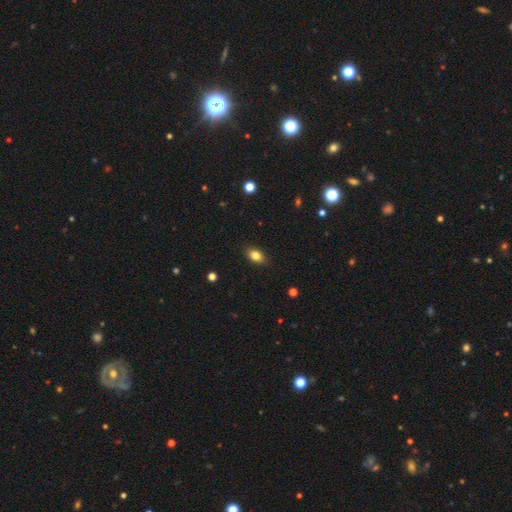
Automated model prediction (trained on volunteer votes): smooth_or_featured: smooth (p=0.81) [alt: featured or disk p=0.09]
how_rounded: in between (p=0.81) [alt: round p=0.16]
merging: none (p=0.85) [alt: minor disturbance p=0.11]